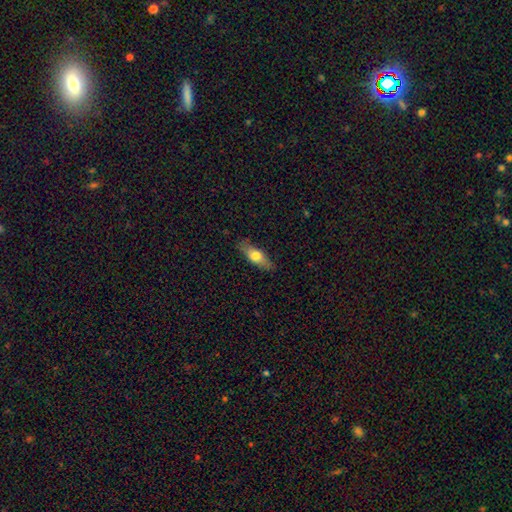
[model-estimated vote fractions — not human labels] A smooth galaxy with no disk features (63%) that is in between round and cigar-shaped (59%).

Vote fractions:
- Smooth or featured? smooth: 63% / featured or disk: 31% / star or artifact: 6%
- How rounded? in between: 59% / cigar-shaped: 38% / round: 3%
- Merging? none: 84% / minor disturbance: 12% / major disturbance: 3% / merger: 1%